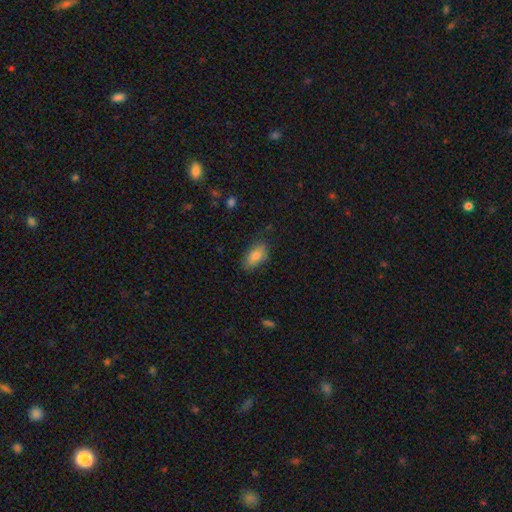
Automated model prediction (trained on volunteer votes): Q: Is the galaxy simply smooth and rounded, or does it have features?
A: smooth — 81%.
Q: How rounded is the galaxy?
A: in between — 90%.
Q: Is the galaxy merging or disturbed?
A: none — 80%.